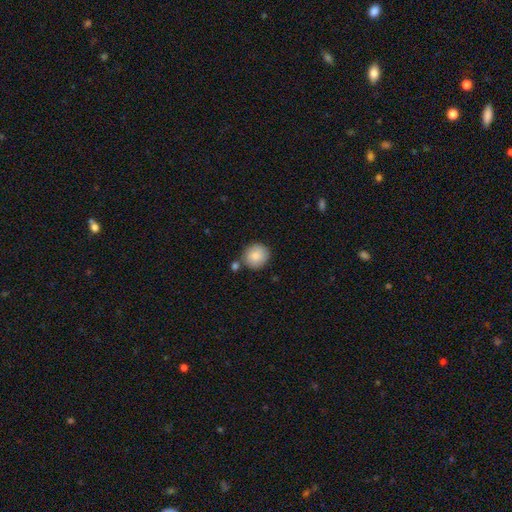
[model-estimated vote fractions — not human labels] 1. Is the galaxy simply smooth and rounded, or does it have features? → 86% smooth, 7% featured or disk, 7% star or artifact.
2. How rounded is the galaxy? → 89% round, 10% in between, 1% cigar-shaped.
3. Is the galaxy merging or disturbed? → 78% none, 11% minor disturbance, 9% merger, 3% major disturbance.